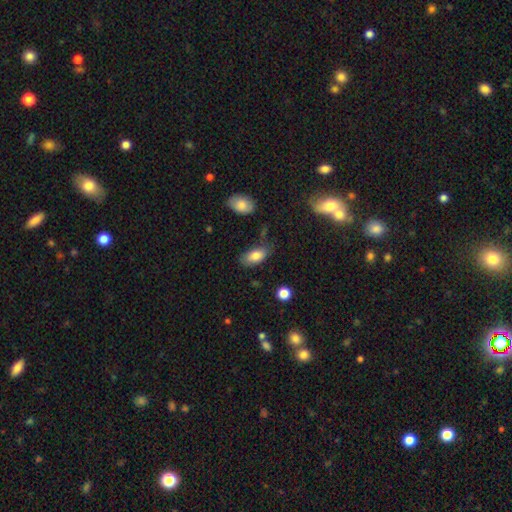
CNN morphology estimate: A smooth galaxy with no disk features (81%) that is in between round and cigar-shaped (91%).

Vote fractions:
- Smooth or featured? smooth: 81% / featured or disk: 11% / star or artifact: 7%
- How rounded? in between: 91% / cigar-shaped: 6% / round: 3%
- Merging? none: 70% / minor disturbance: 21% / major disturbance: 5% / merger: 4%